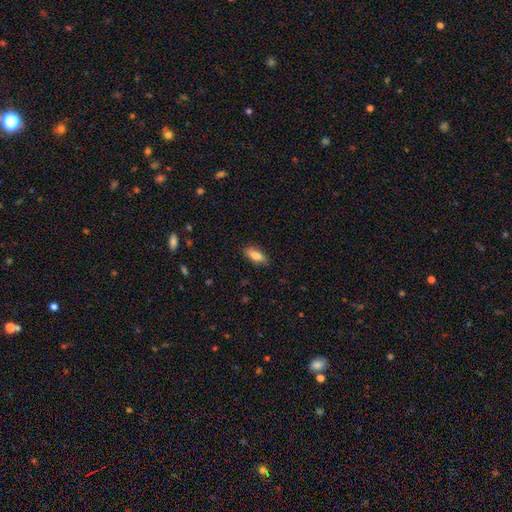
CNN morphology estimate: Smooth or featured?
  - smooth: 83% *
  - featured or disk: 10%
  - star or artifact: 7%
How rounded?
  - in between: 80% *
  - cigar-shaped: 18%
  - round: 2%
Merging?
  - none: 85% *
  - minor disturbance: 12%
  - major disturbance: 3%
  - merger: 1%